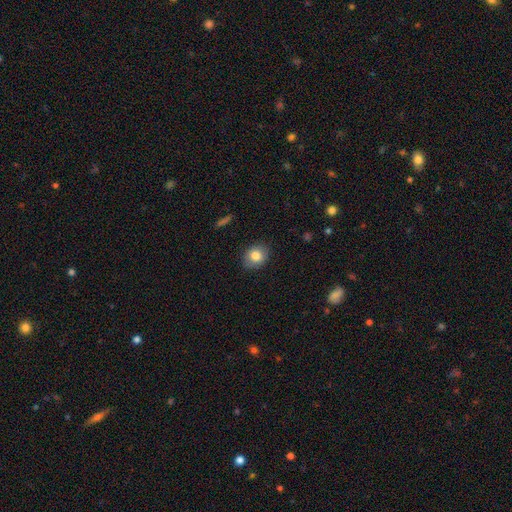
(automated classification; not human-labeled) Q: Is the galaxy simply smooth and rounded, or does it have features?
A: smooth — 81%.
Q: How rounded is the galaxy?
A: round — 54%.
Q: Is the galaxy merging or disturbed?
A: none — 83%.